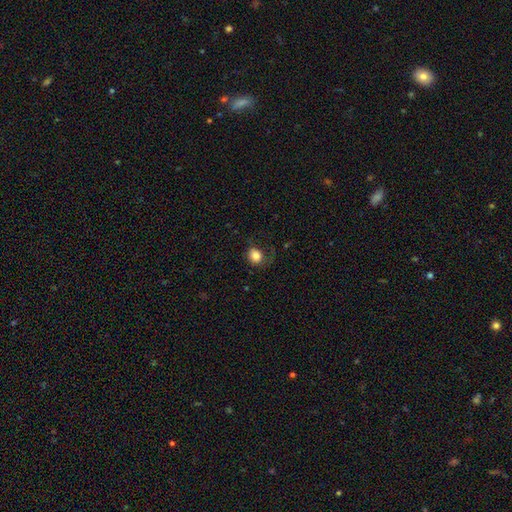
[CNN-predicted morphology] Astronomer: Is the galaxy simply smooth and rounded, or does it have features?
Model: smooth — 83%.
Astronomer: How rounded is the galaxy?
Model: round — 68%.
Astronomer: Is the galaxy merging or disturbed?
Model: none — 67%.